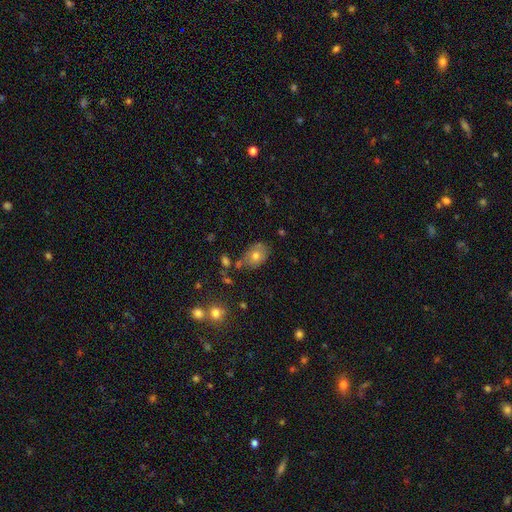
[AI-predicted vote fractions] smooth 71%, featured or disk 19%, star or artifact 10%. Down the decision tree: how rounded — in between (72%); merging — none (71%).